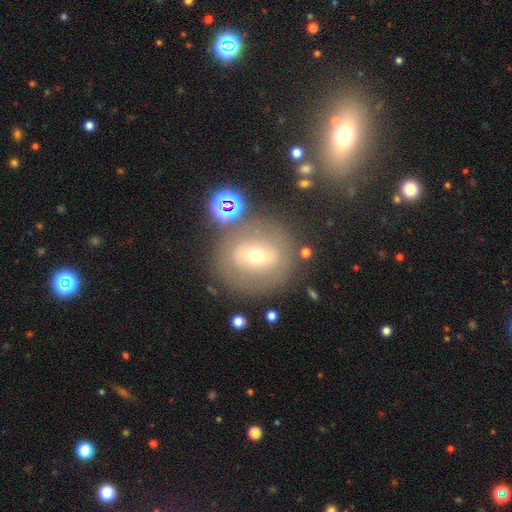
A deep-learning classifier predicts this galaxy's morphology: type=featured or disk (48%); merging=none (74%).